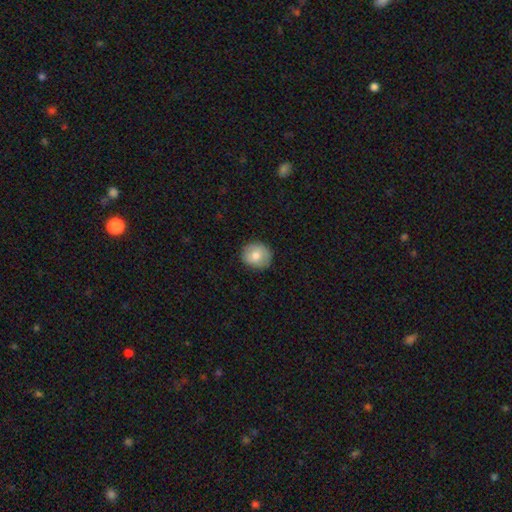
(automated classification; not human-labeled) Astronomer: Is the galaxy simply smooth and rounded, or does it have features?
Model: smooth — 76%.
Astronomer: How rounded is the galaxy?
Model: round — 82%.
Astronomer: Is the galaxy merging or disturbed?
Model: none — 84%.